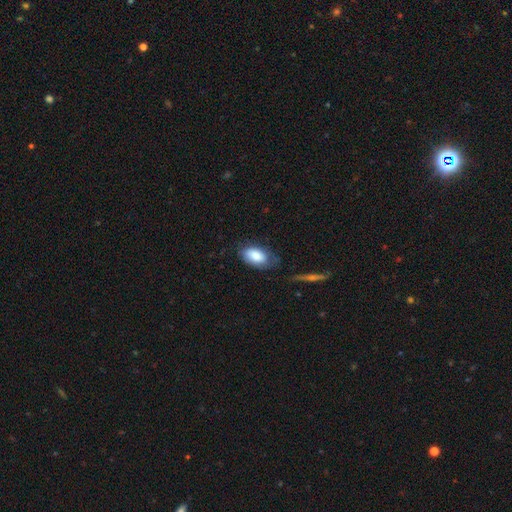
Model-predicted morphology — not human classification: The model was most divided on "merging": none: 60%, minor disturbance: 28%, major disturbance: 10%, merger: 2%. More confident: how rounded — in between (92%); smooth or featured — smooth (80%).